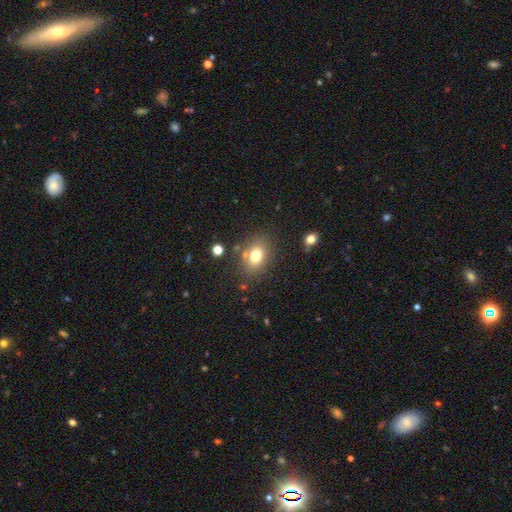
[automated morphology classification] smooth-or-featured: smooth: 76% | featured or disk: 12% | star or artifact: 12%
  how-rounded: in between: 67% | round: 32% | cigar-shaped: 1%
  merging: none: 76% | minor disturbance: 12% | merger: 7% | major disturbance: 5%